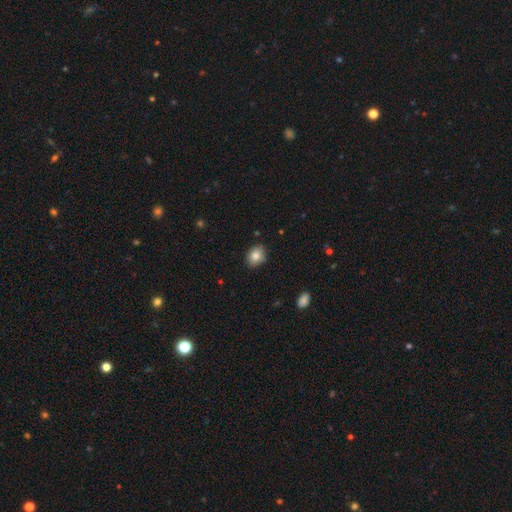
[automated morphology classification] smooth-or-featured: smooth: 83% | star or artifact: 9% | featured or disk: 8%
  how-rounded: in between: 60% | round: 39% | cigar-shaped: 1%
  merging: none: 82% | minor disturbance: 14% | major disturbance: 2% | merger: 1%